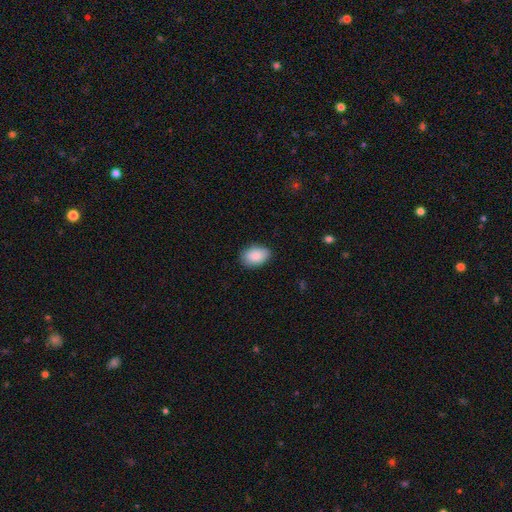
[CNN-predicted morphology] type=smooth (86%); roundness=in between (87%); merging=none (83%).